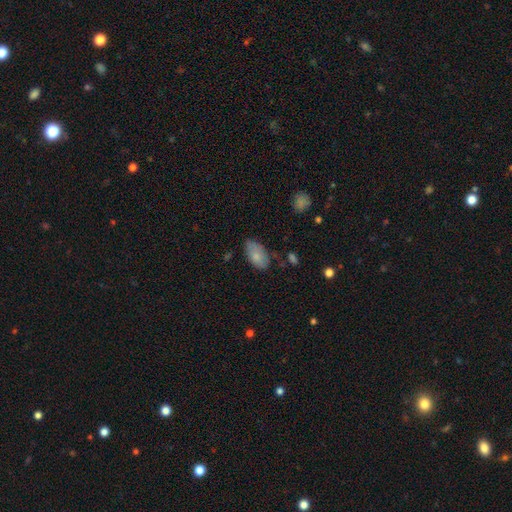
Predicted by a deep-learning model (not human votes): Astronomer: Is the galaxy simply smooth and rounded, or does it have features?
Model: smooth — 80%.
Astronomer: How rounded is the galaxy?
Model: in between — 94%.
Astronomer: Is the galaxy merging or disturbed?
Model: none — 63%.